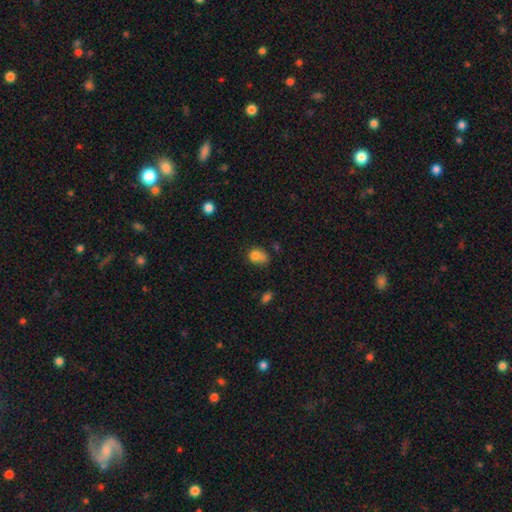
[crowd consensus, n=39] Smooth or featured? smooth (85%)
How rounded? in between (64%)
Merging? minor disturbance (36%)